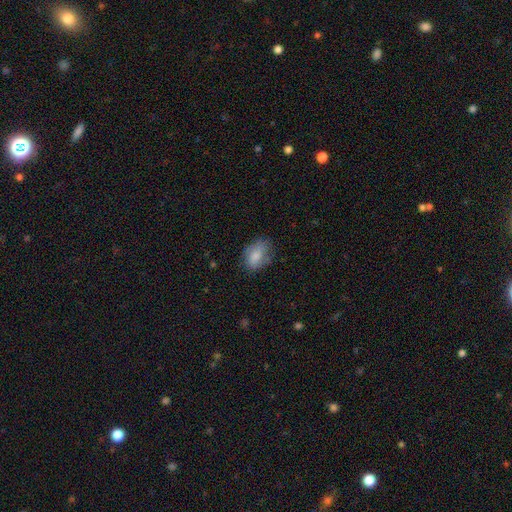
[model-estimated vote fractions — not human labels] This is likely a smooth galaxy (77%). How rounded: clearly in between (83%). Merging: likely none (63%).